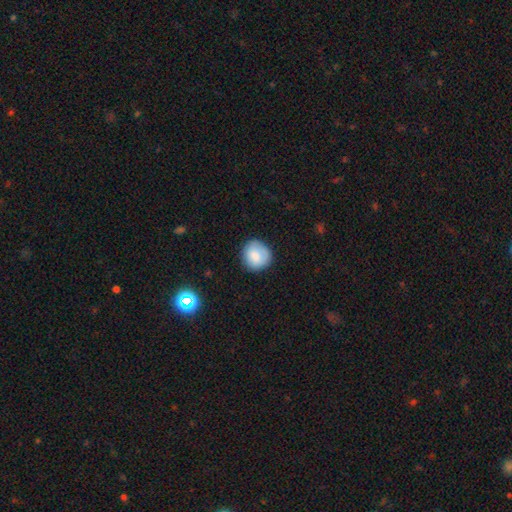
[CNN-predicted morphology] A smooth galaxy with no disk features (83%) that is round (88%). Merging: none (81%).